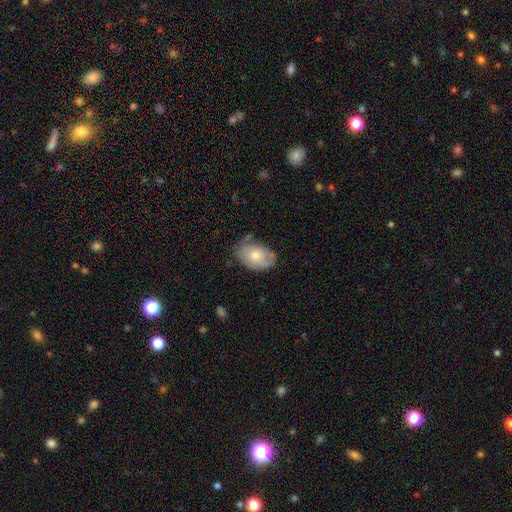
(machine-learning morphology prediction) This is possibly a smooth galaxy (56%). How rounded: clearly in between (85%). Merging: possibly none (57%).